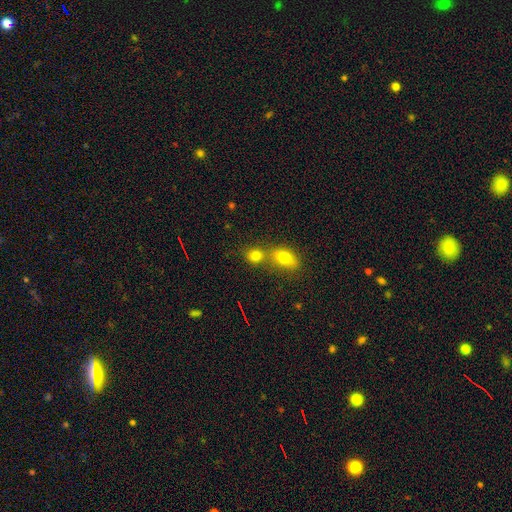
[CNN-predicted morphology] smooth 79%, star or artifact 13%, featured or disk 8%. Down the decision tree: how rounded — round (66%); merging — none (48%).